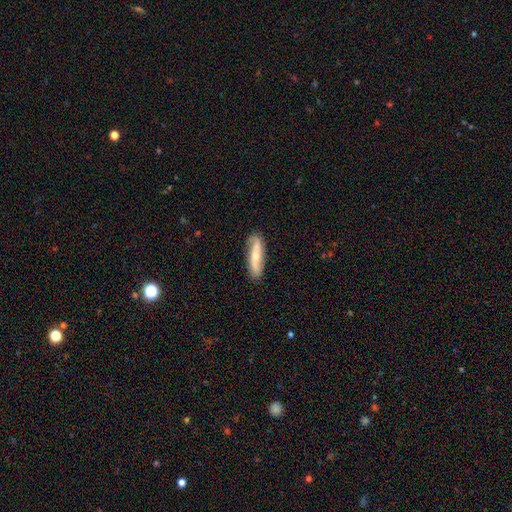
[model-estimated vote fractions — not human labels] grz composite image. It shows a featured or disk galaxy (53%). Merging: none (82%).